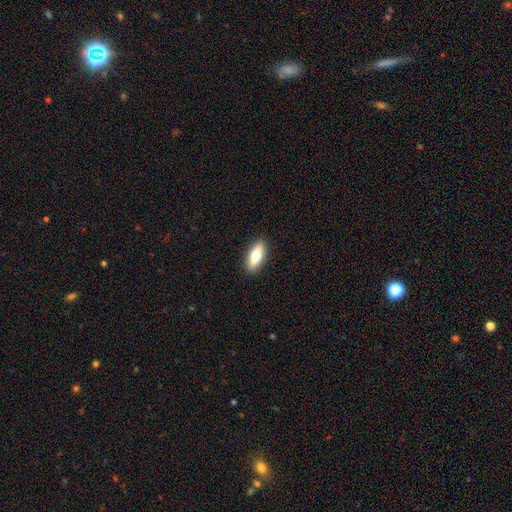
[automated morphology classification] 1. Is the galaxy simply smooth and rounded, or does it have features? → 69% smooth, 24% featured or disk, 6% star or artifact.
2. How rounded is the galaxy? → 72% in between, 25% cigar-shaped, 3% round.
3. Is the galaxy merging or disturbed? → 90% none, 7% minor disturbance, 2% major disturbance, 1% merger.